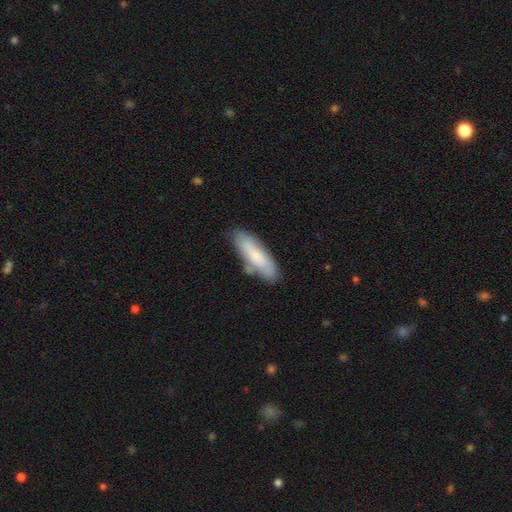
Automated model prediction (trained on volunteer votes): Overall: smooth (70%). How rounded: in between (52%; cigar-shaped 46%). Merging: none (73%).